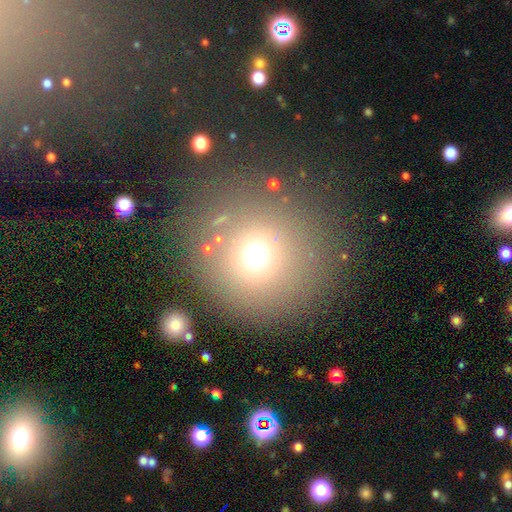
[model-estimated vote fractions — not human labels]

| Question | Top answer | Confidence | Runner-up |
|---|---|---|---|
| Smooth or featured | smooth | 64% | star or artifact (26%) |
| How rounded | round | 92% | in between (7%) |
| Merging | none | 81% | minor disturbance (8%) |